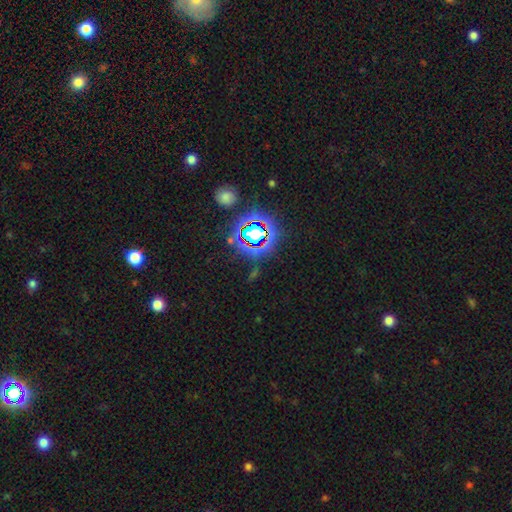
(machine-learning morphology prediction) The model was most divided on "smooth or featured": star or artifact: 79%, smooth: 12%, featured or disk: 9%.